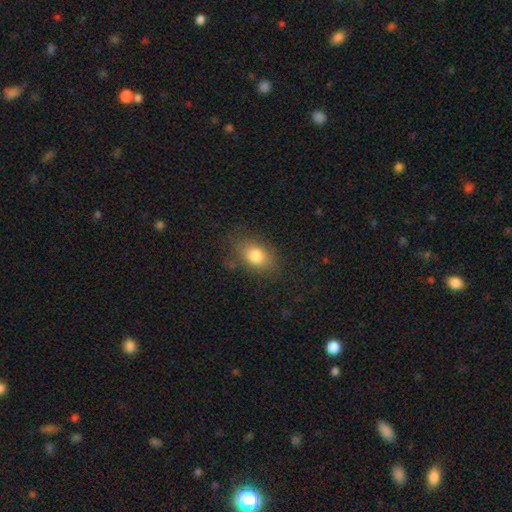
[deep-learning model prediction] Smooth or featured: smooth — 80% (star or artifact — 10%)
How rounded: in between — 76% (round — 23%)
Merging: none — 78% (minor disturbance — 15%)